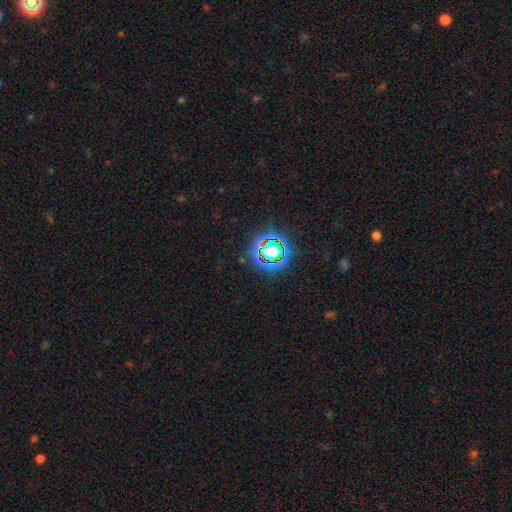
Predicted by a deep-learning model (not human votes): The model was most divided on "smooth or featured": star or artifact: 79%, smooth: 13%, featured or disk: 7%.